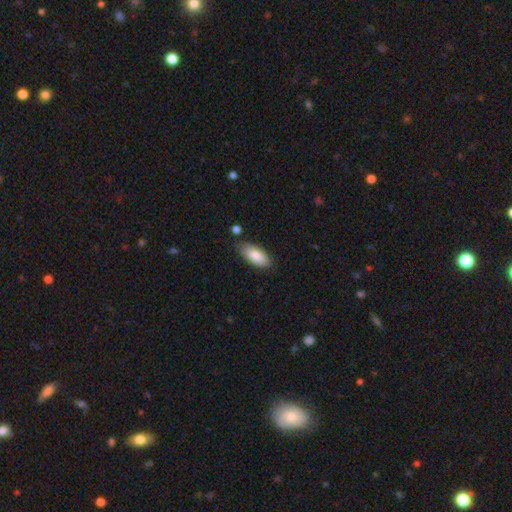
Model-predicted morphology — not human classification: Smooth or featured? smooth (84%)
How rounded? in between (86%)
Merging? none (79%)